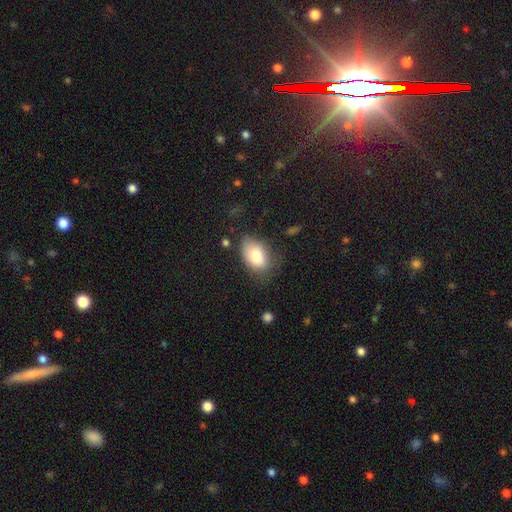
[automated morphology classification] This appears to be a smooth galaxy with no disk features (79%) that is in between round and cigar-shaped (85%). Merging: none (60%).